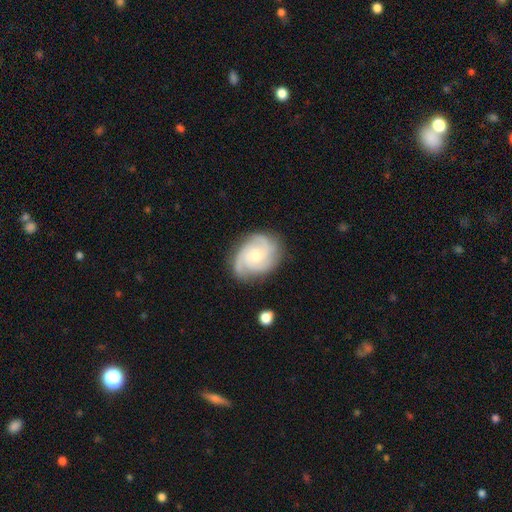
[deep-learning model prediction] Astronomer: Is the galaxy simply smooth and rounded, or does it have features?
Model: featured or disk — 83%.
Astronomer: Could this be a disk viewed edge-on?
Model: no — 98%.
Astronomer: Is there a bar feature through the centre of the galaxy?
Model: no — 72%.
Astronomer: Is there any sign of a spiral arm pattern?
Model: yes — 97%.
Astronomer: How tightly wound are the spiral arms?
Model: tight — 51% (runner-up: medium, 40%).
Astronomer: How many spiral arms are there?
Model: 3 — 56%.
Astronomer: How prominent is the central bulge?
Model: small — 54% (runner-up: moderate, 41%).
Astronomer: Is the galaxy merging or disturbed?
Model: none — 75%.